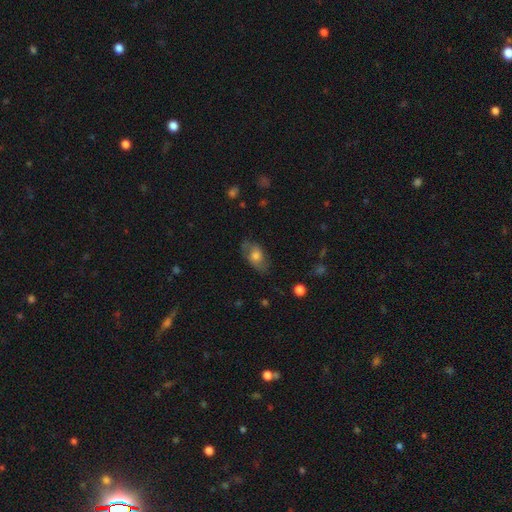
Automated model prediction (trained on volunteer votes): Overall: smooth (55%; featured or disk 36%). How rounded: in between (85%). Merging: none (66%).